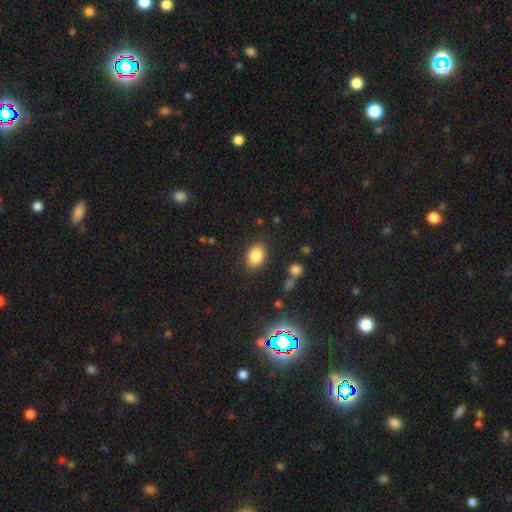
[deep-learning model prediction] A smooth galaxy with no disk features (85%) that is in between round and cigar-shaped (78%).

Vote fractions:
- Smooth or featured? smooth: 85% / star or artifact: 9% / featured or disk: 5%
- How rounded? in between: 78% / round: 21% / cigar-shaped: 1%
- Merging? none: 84% / minor disturbance: 11% / major disturbance: 3% / merger: 2%